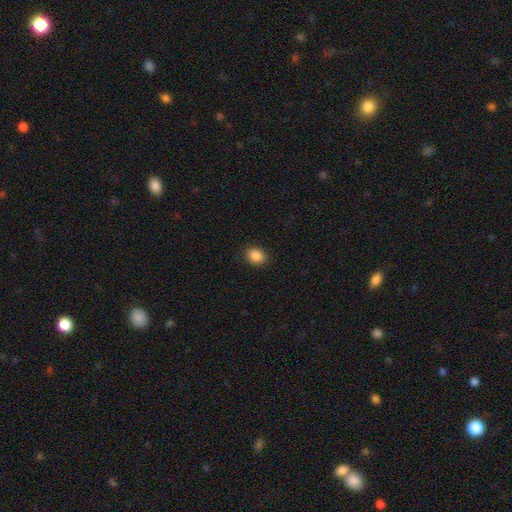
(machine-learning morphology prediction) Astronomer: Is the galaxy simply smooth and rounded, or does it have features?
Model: smooth — 87%.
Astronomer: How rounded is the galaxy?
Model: in between — 53% (runner-up: round, 46%).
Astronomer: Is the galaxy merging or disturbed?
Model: none — 89%.